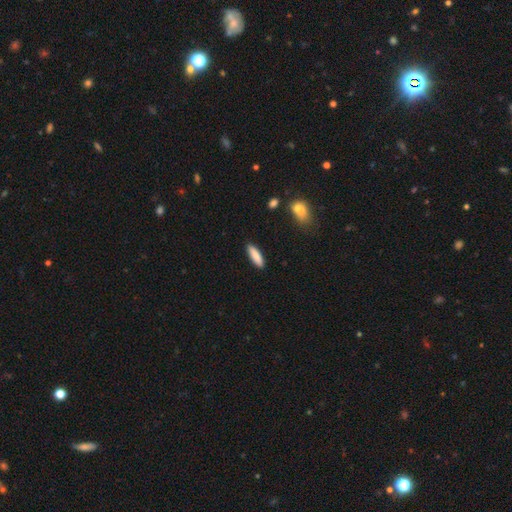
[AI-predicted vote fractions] This appears to be a smooth galaxy with no disk features (86%) that is cigar-shaped (63%). Merging: none (89%).